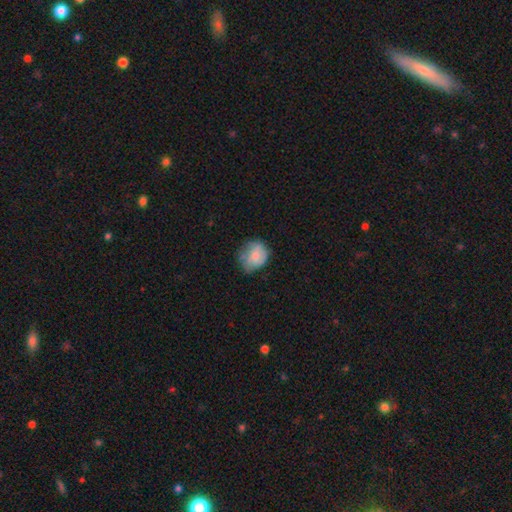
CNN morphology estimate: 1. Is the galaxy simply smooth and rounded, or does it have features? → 68% smooth, 24% featured or disk, 8% star or artifact.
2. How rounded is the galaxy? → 66% round, 33% in between, 1% cigar-shaped.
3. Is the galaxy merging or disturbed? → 56% none, 31% minor disturbance, 12% major disturbance, 2% merger.